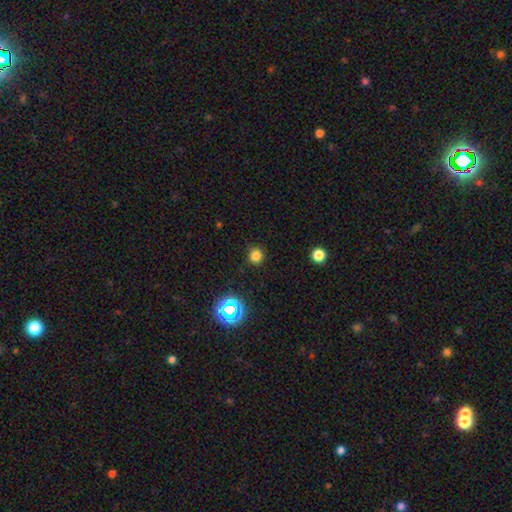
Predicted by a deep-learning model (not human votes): smooth 78%, star or artifact 17%, featured or disk 5%. Down the decision tree: how rounded — round (92%); merging — none (89%).